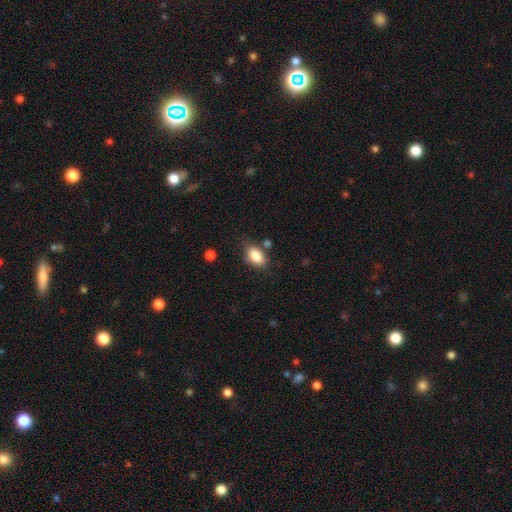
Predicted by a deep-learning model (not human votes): smooth 86%, star or artifact 8%, featured or disk 6%. Down the decision tree: how rounded — in between (88%); merging — none (70%).